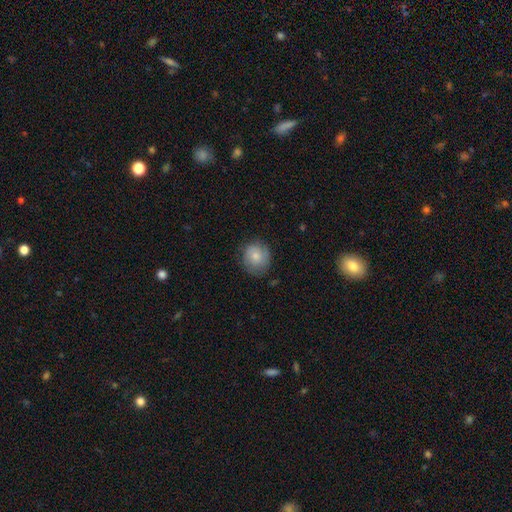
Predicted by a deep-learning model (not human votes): Smooth or featured: smooth — 73% (featured or disk — 20%)
How rounded: round — 81% (in between — 18%)
Merging: none — 75% (minor disturbance — 19%)